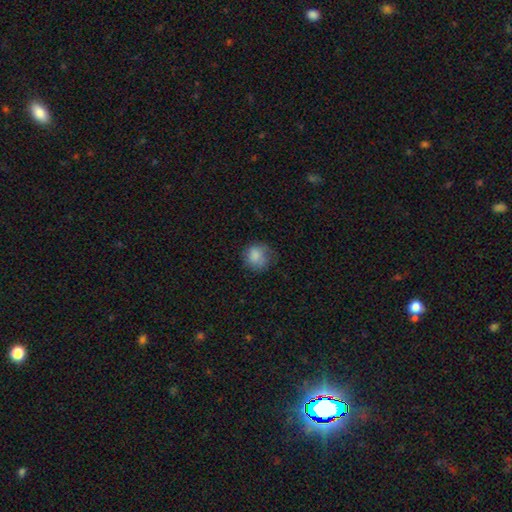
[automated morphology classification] Q: Smooth or featured?
A: smooth (84%); runner-up: star or artifact (9%)
Q: How rounded?
A: round (83%); runner-up: in between (16%)
Q: Merging?
A: none (64%); runner-up: minor disturbance (25%)